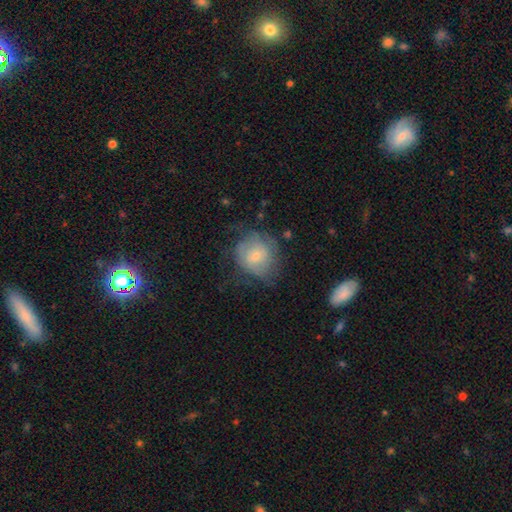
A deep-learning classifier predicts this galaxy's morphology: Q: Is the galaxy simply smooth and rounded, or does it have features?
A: smooth — 57%.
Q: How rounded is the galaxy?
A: round — 77%.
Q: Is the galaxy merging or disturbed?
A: none — 52%.